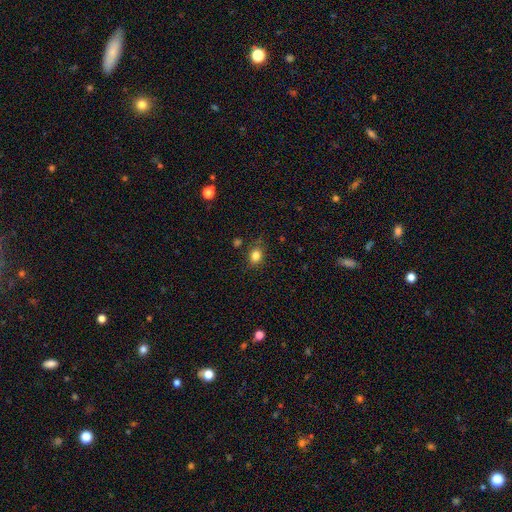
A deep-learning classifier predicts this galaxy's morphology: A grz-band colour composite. It shows a smooth galaxy with no disk features (82%) that is in between round and cigar-shaped (53%). Merging: none (79%).